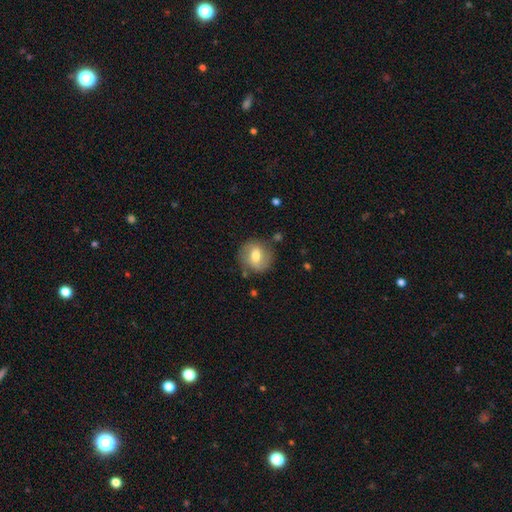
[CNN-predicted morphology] The model was most divided on "smooth or featured": smooth: 60%, featured or disk: 32%, star or artifact: 7%. More confident: how rounded — round (80%); merging — none (77%).